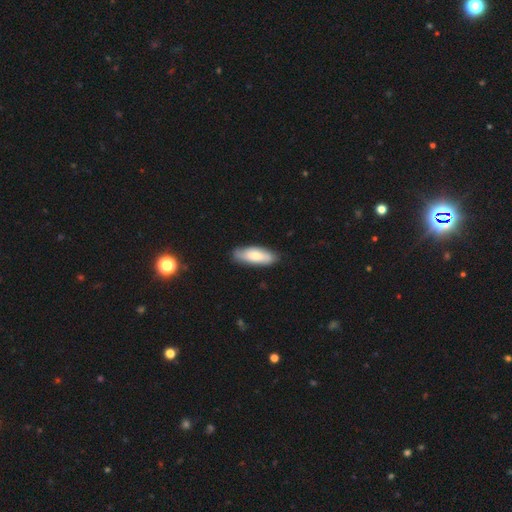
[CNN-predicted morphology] The model was most divided on "how rounded": in between: 68%, cigar-shaped: 31%, round: 2%. More confident: merging — none (81%); smooth or featured — smooth (72%).